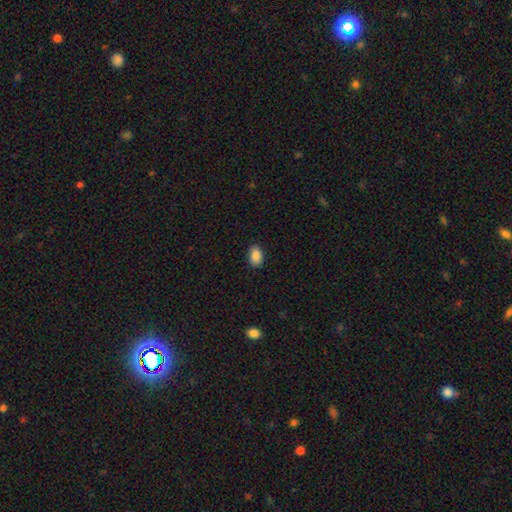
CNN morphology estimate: Smooth or featured? smooth (88%)
How rounded? in between (88%)
Merging? none (89%)